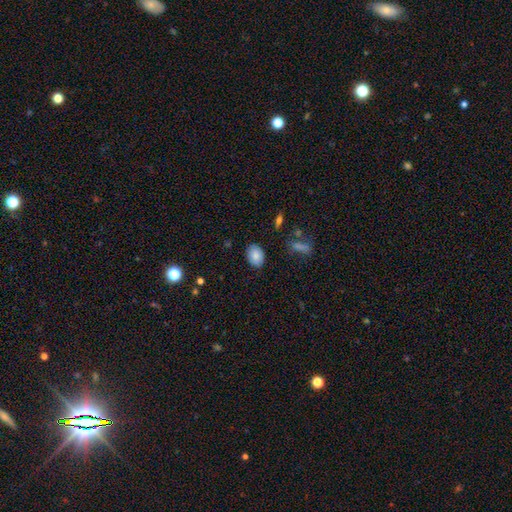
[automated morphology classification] smooth-or-featured: smooth: 83% | featured or disk: 9% | star or artifact: 8%
  how-rounded: in between: 80% | round: 19% | cigar-shaped: 1%
  merging: none: 84% | minor disturbance: 12% | major disturbance: 3% | merger: 1%